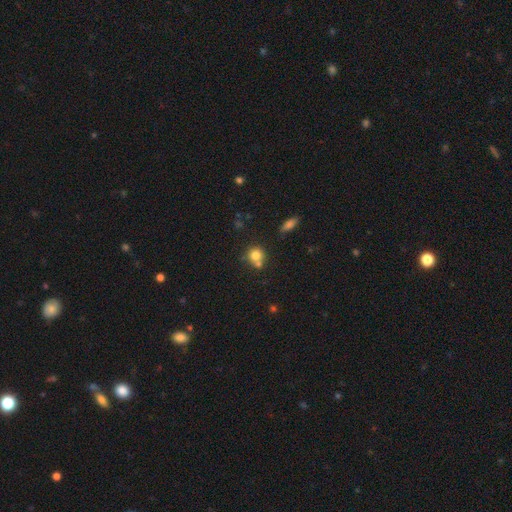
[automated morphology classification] Smooth or featured? Predicted: smooth (p=0.77). How rounded? Predicted: round (p=0.87). Merging? Predicted: none (p=0.52).